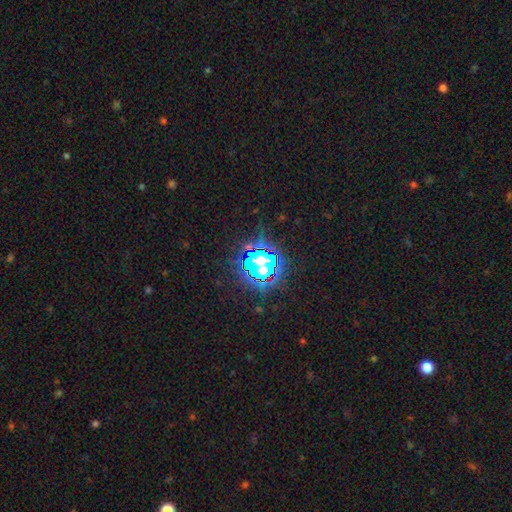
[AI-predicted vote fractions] Smooth or featured? Predicted: star or artifact (p=0.67).